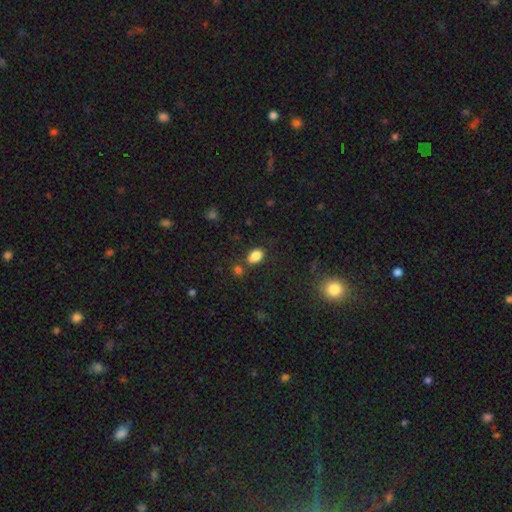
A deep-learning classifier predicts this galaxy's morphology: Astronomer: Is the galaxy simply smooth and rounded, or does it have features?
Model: smooth — 85%.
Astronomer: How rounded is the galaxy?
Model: in between — 87%.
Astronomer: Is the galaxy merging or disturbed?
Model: none — 70%.